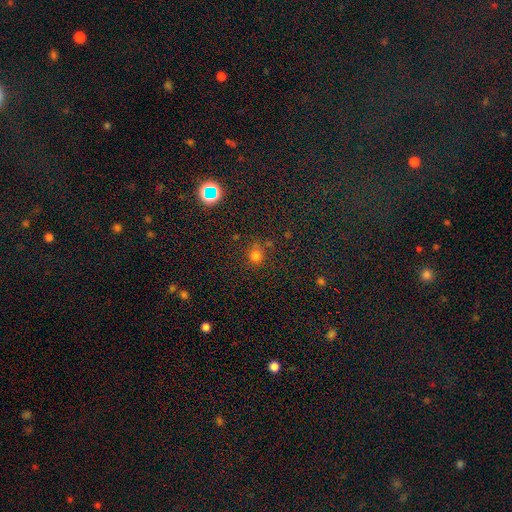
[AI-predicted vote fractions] A smooth galaxy with no disk features (71%) that is round (88%). Merging: none (74%).